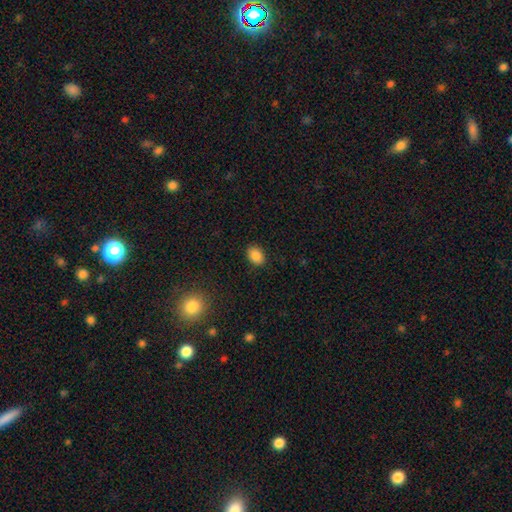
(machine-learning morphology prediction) Overall: smooth (87%). How rounded: in between (74%). Merging: none (89%).